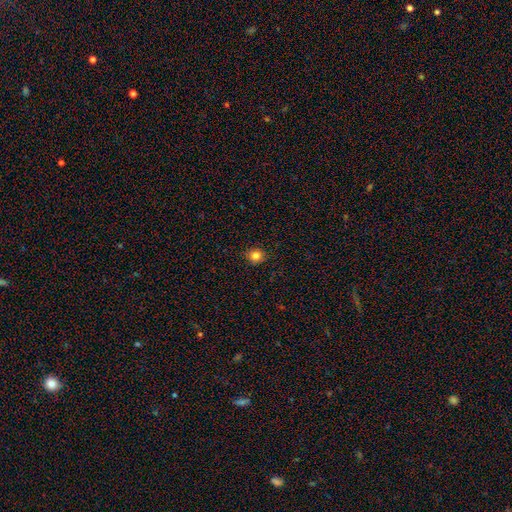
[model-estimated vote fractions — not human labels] smooth_or_featured: smooth (p=0.82) [alt: star or artifact p=0.13]
how_rounded: round (p=0.86) [alt: in between p=0.13]
merging: none (p=0.90) [alt: minor disturbance p=0.07]